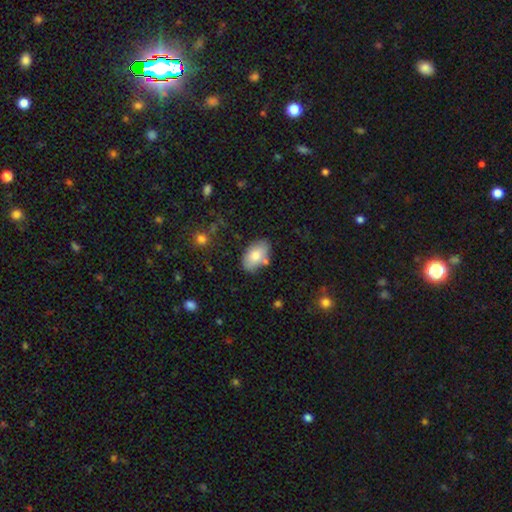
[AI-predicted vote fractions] The model was most divided on "merging": none: 72%, minor disturbance: 18%, merger: 6%, major disturbance: 4%. More confident: how rounded — in between (92%); smooth or featured — smooth (79%).